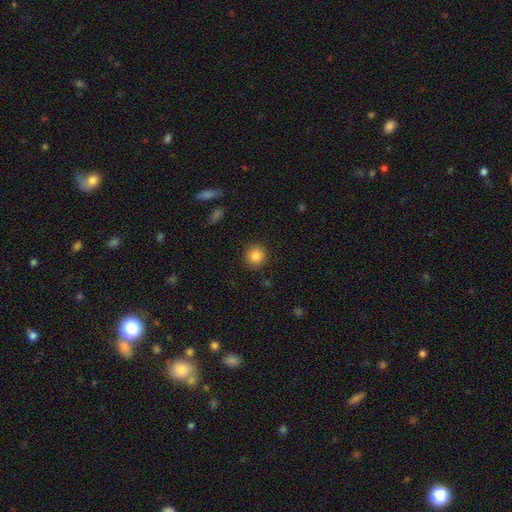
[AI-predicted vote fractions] A smooth galaxy with no disk features (85%) that is round (91%). Merging: none (90%).